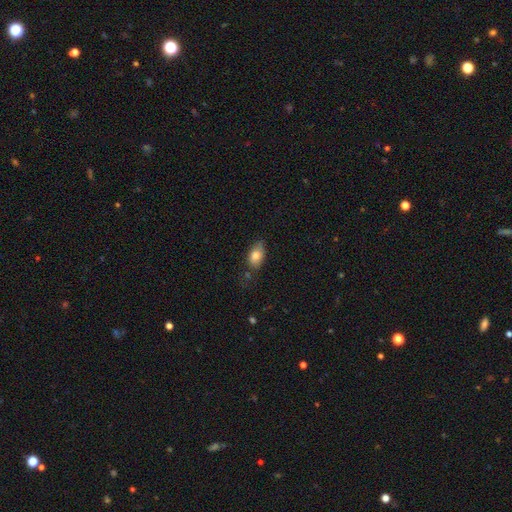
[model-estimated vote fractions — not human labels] A smooth galaxy with no disk features (78%) that is in between round and cigar-shaped (88%).

Vote fractions:
- Smooth or featured? smooth: 78% / featured or disk: 14% / star or artifact: 8%
- How rounded? in between: 88% / round: 8% / cigar-shaped: 4%
- Merging? none: 64% / minor disturbance: 27% / major disturbance: 6% / merger: 4%